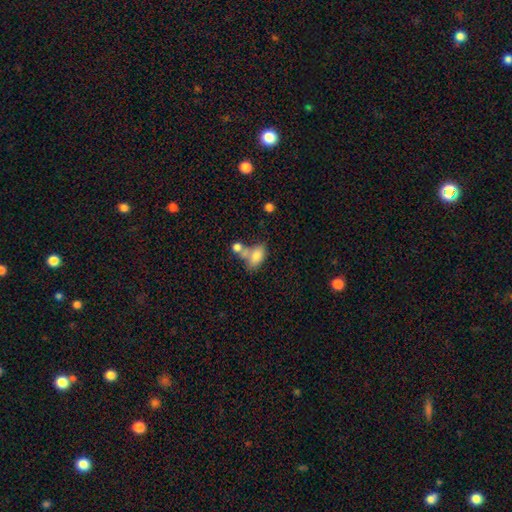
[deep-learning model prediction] smooth 78%, featured or disk 14%, star or artifact 8%. Down the decision tree: how rounded — in between (89%); merging — merger (46%).